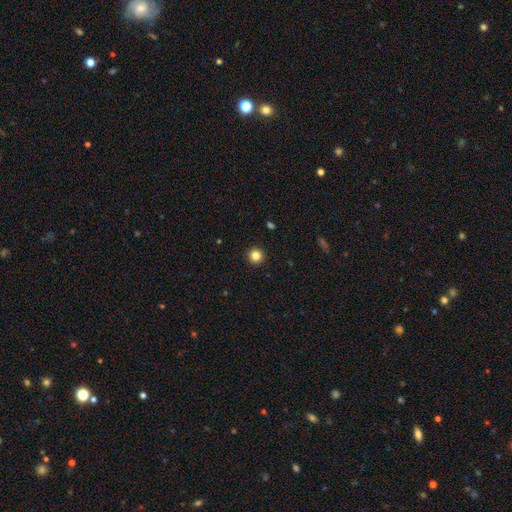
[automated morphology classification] Smooth or featured? smooth (84%)
How rounded? round (96%)
Merging? none (94%)